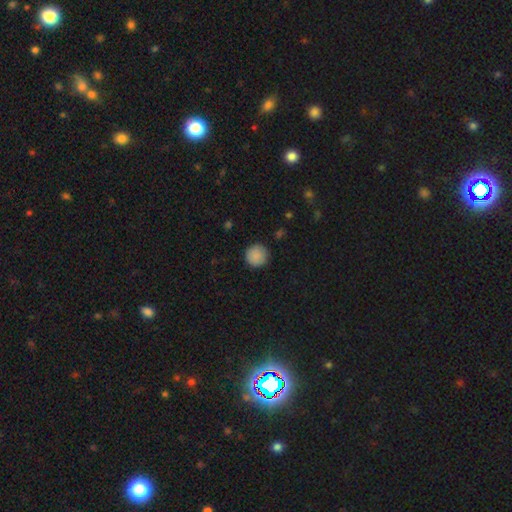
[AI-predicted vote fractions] Morphology: type=smooth (88%); roundness=round (96%); merging=none (90%).